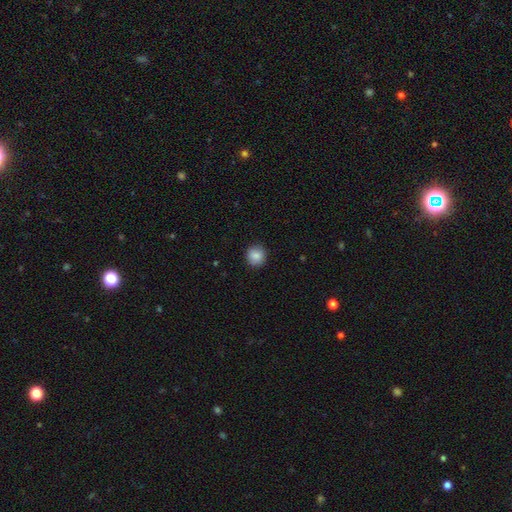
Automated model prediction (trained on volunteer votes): smooth_or_featured: smooth (p=0.87) [alt: star or artifact p=0.09]
how_rounded: round (p=0.91) [alt: in between p=0.08]
merging: none (p=0.91) [alt: minor disturbance p=0.06]